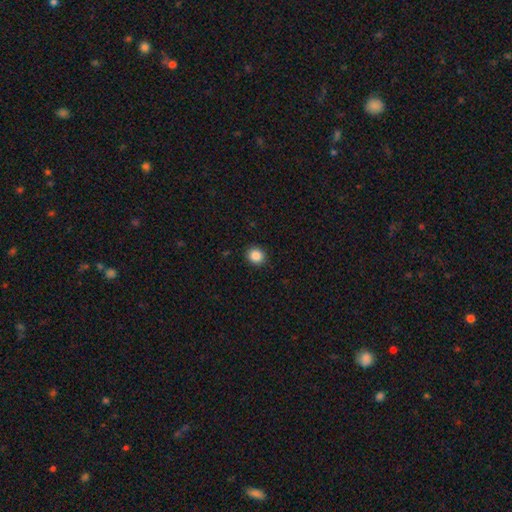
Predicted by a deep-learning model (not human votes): A smooth galaxy with no disk features (87%) that is round (81%). Merging: none (92%).